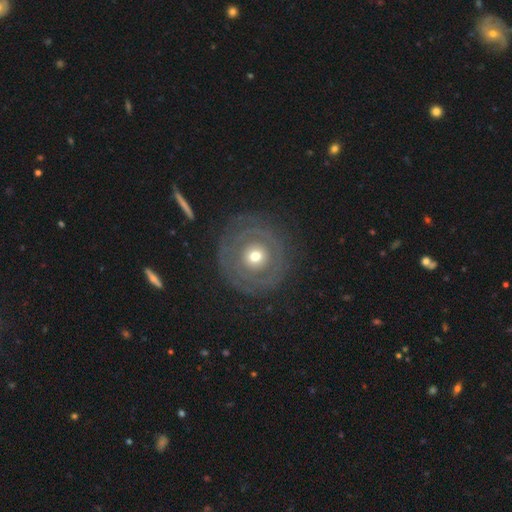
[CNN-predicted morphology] A featured or disk galaxy (63%) with no bar (88%), no spiral arms (56%) and a moderate central bulge (60%). Merging: none (80%).